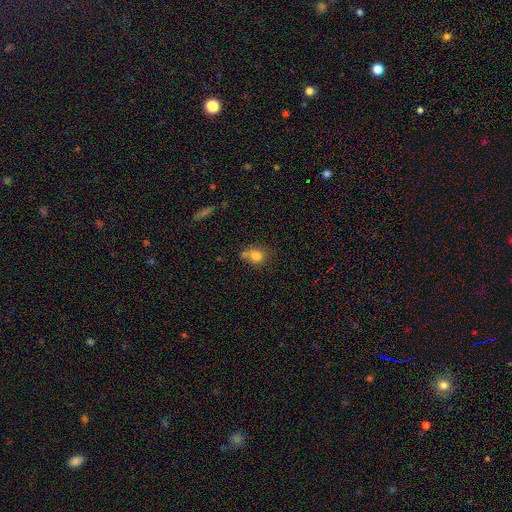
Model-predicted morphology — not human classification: Smooth or featured? smooth (79%)
How rounded? round (55%)
Merging? none (46%)